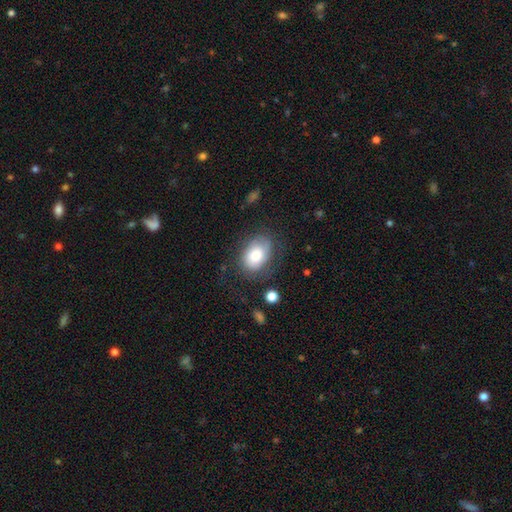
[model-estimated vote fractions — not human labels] Smooth or featured: smooth — 70% (featured or disk — 22%)
How rounded: in between — 79% (round — 20%)
Merging: none — 63% (minor disturbance — 22%)